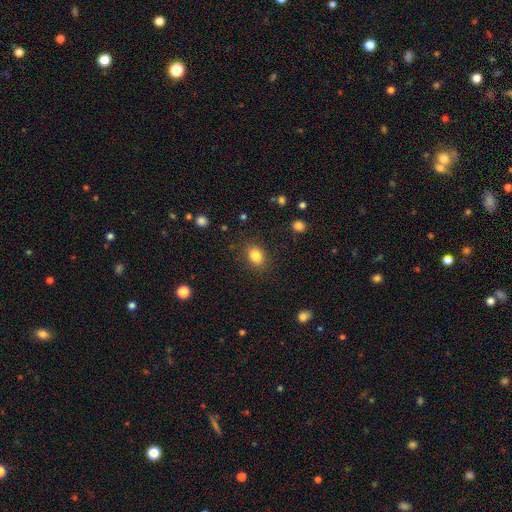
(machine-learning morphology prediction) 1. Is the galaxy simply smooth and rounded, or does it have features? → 84% smooth, 10% star or artifact, 6% featured or disk.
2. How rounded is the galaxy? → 57% in between, 42% round, 1% cigar-shaped.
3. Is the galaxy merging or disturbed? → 86% none, 9% minor disturbance, 3% major disturbance, 1% merger.